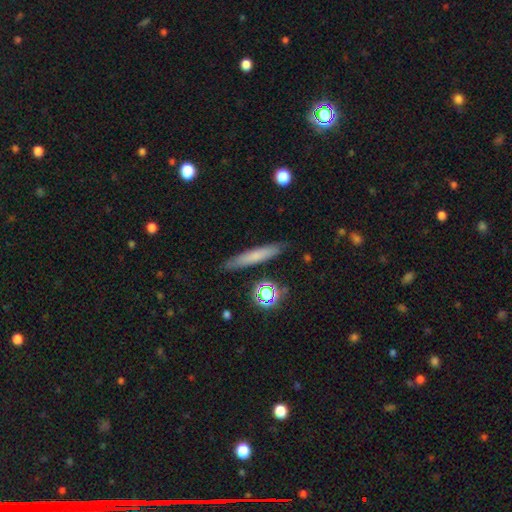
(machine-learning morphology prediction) Smooth or featured?
  - smooth: 65% *
  - featured or disk: 24%
  - star or artifact: 10%
How rounded?
  - cigar-shaped: 91% *
  - in between: 7%
  - round: 2%
Merging?
  - none: 87% *
  - minor disturbance: 9%
  - major disturbance: 2%
  - merger: 2%